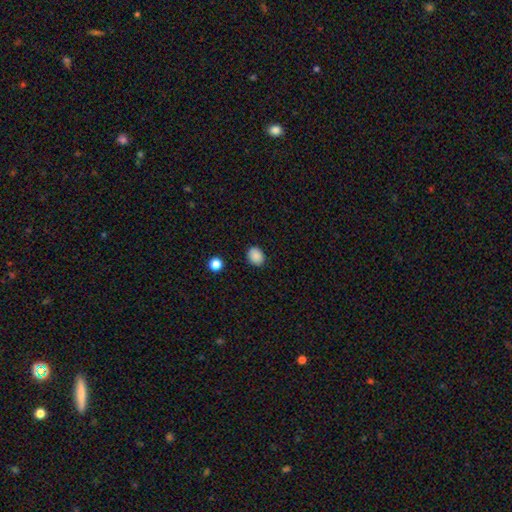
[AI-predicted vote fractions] Overall: smooth (88%). How rounded: in between (57%; round 42%). Merging: none (87%).